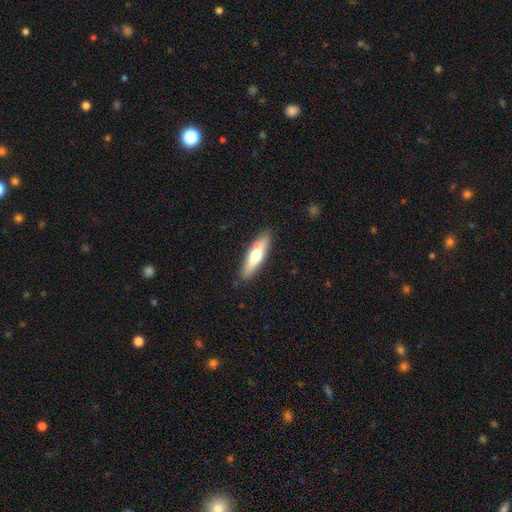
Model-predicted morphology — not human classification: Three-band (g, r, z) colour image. It shows a smooth galaxy with no disk features (57%) that is cigar-shaped (65%). Merging: none (87%).